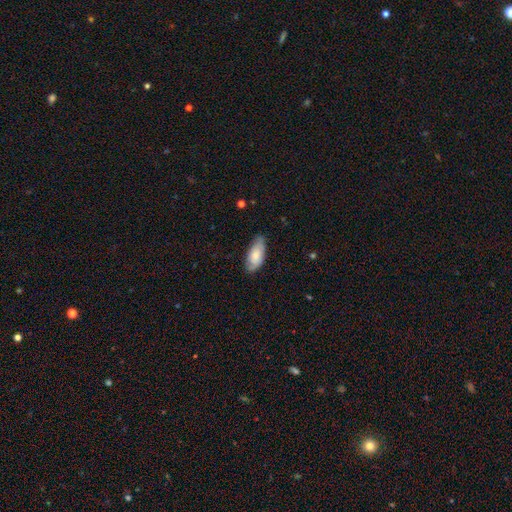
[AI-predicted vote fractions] Smooth or featured? Predicted: smooth (p=0.64). How rounded? Predicted: in between (p=0.87). Merging? Predicted: none (p=0.69).